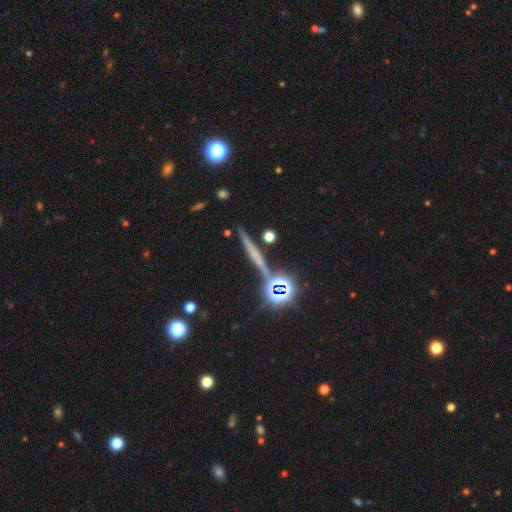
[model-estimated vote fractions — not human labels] smooth_or_featured: featured or disk (p=0.43) [alt: smooth p=0.30]
merging: none (p=0.84) [alt: minor disturbance p=0.08]